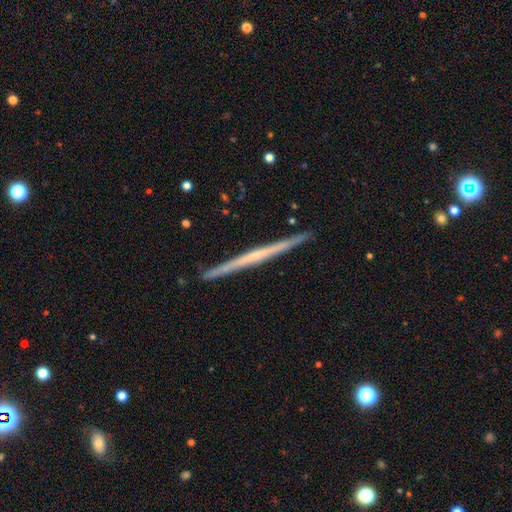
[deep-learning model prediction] Q: Smooth or featured?
A: featured or disk (65%); runner-up: smooth (29%)
Q: Edge-on disk?
A: yes (98%); runner-up: no (2%)
Q: Edge-on bulge?
A: none (82%); runner-up: rounded (13%)
Q: Merging?
A: none (92%); runner-up: minor disturbance (6%)